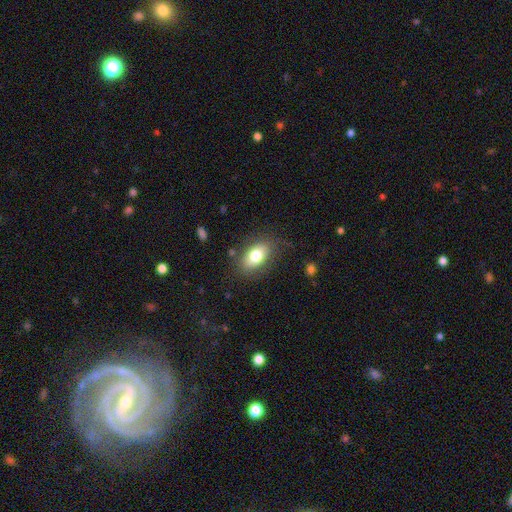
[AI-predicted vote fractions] This is likely a smooth galaxy (77%). How rounded: clearly in between (88%). Merging: likely none (80%).